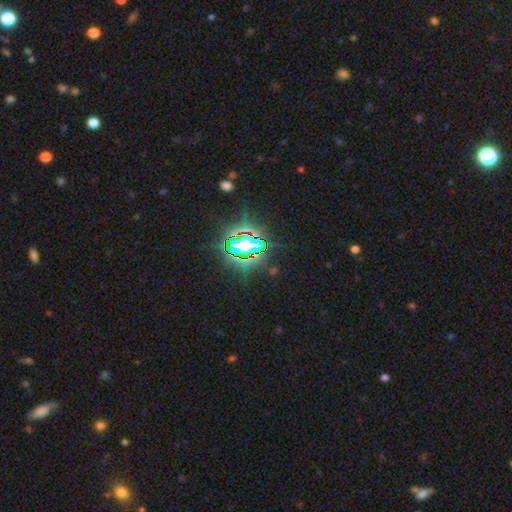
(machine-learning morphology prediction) This appears to be a star or artifact, not a galaxy (82%).